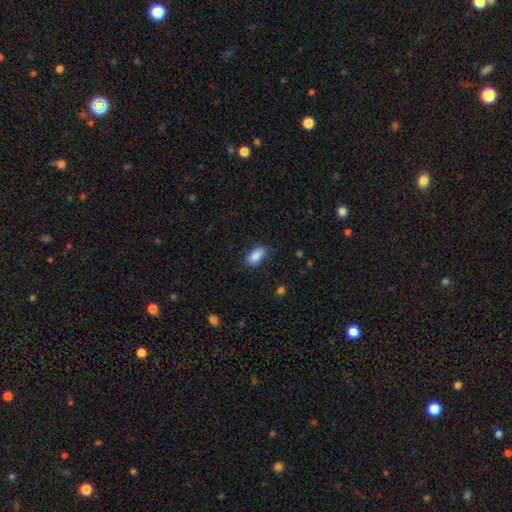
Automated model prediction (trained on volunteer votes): smooth_or_featured: smooth (p=0.87) [alt: star or artifact p=0.07]
how_rounded: in between (p=0.91) [alt: cigar-shaped p=0.05]
merging: none (p=0.79) [alt: minor disturbance p=0.16]